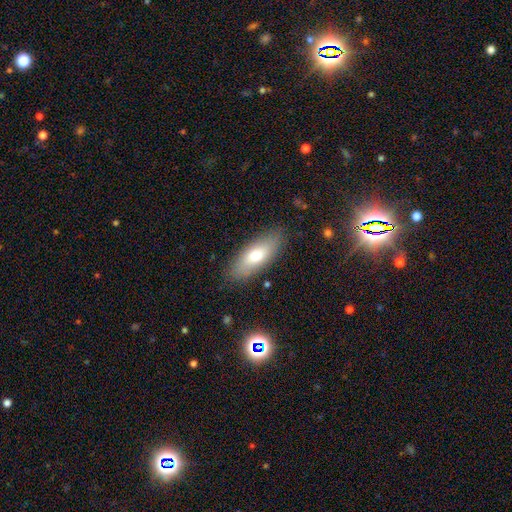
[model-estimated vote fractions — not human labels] The model was most divided on "smooth or featured": smooth: 70%, featured or disk: 23%, star or artifact: 7%. More confident: merging — none (84%); how rounded — in between (73%).